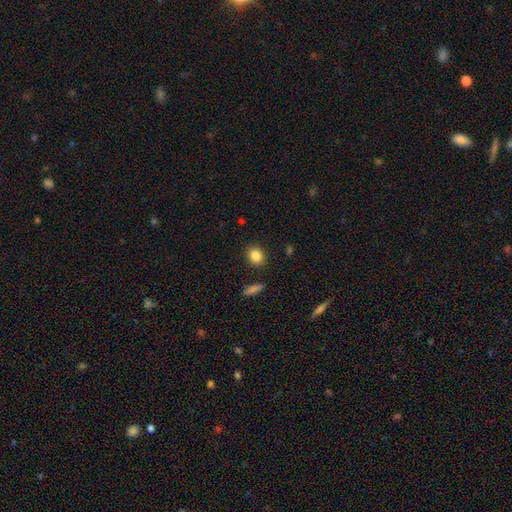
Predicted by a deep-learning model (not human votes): Smooth or featured?
  - smooth: 85% *
  - star or artifact: 9%
  - featured or disk: 6%
How rounded?
  - round: 60% *
  - in between: 38%
  - cigar-shaped: 2%
Merging?
  - none: 89% *
  - minor disturbance: 7%
  - major disturbance: 2%
  - merger: 2%